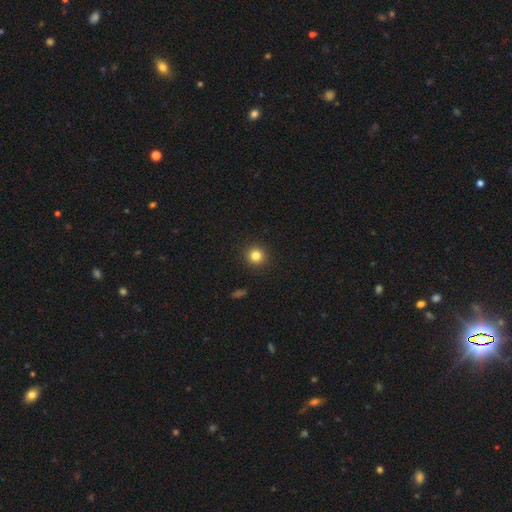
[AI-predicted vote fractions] This is clearly a smooth galaxy (82%). How rounded: clearly round (94%). Merging: clearly none (93%).